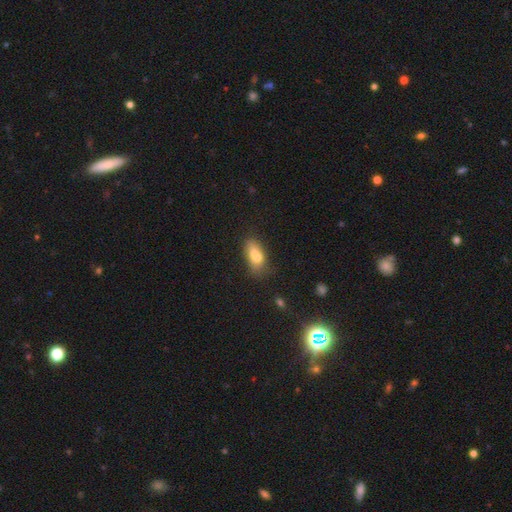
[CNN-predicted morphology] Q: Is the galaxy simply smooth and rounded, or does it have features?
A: smooth — 72%.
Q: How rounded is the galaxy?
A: in between — 81%.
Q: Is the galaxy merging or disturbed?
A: none — 42%.